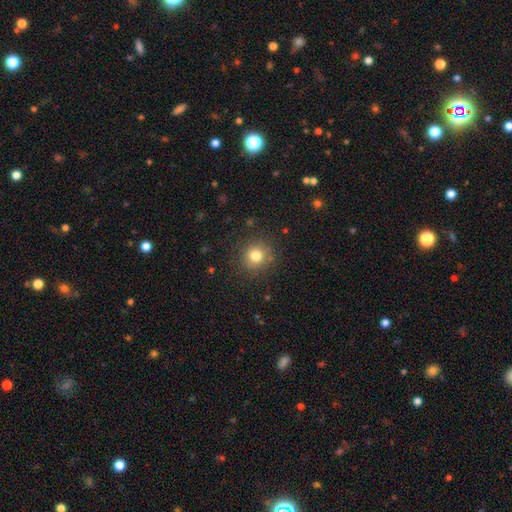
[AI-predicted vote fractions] Smooth or featured? Predicted: smooth (p=0.79). How rounded? Predicted: round (p=0.92). Merging? Predicted: none (p=0.86).